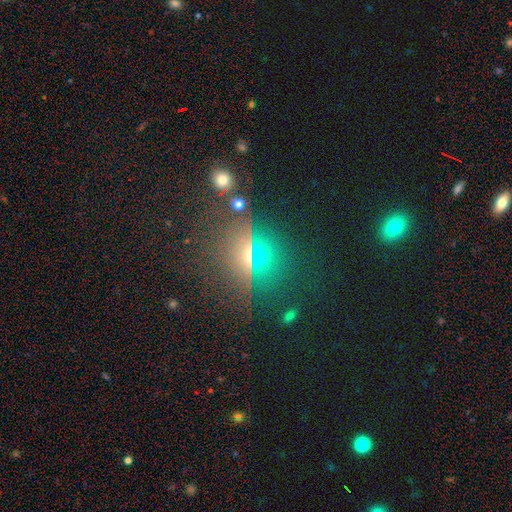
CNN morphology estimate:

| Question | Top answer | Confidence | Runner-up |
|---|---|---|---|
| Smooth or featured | star or artifact | 48% | smooth (36%) |